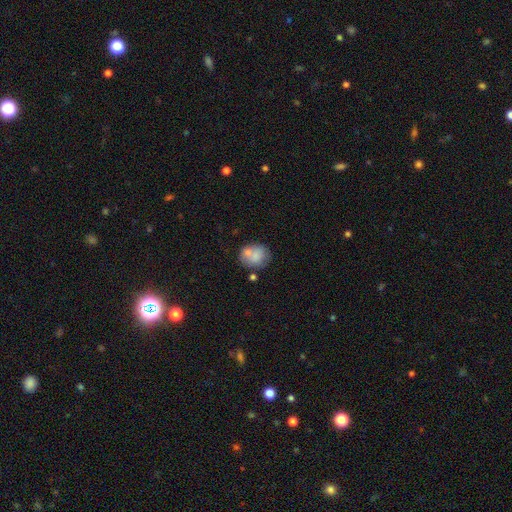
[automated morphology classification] type=smooth (73%); roundness=round (63%); merging=none (48%).